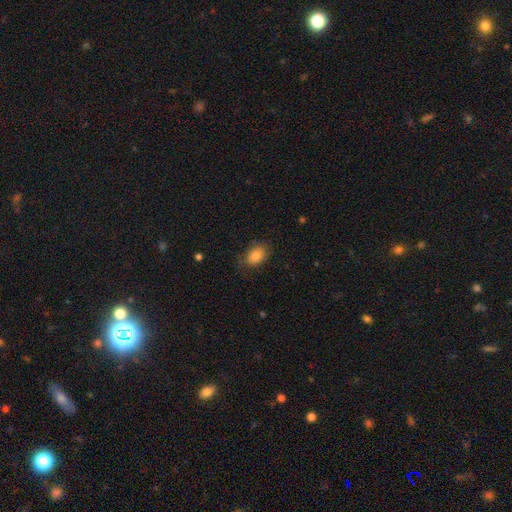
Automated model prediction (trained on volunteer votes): Smooth or featured? Predicted: smooth (p=0.85). How rounded? Predicted: in between (p=0.82). Merging? Predicted: none (p=0.73).